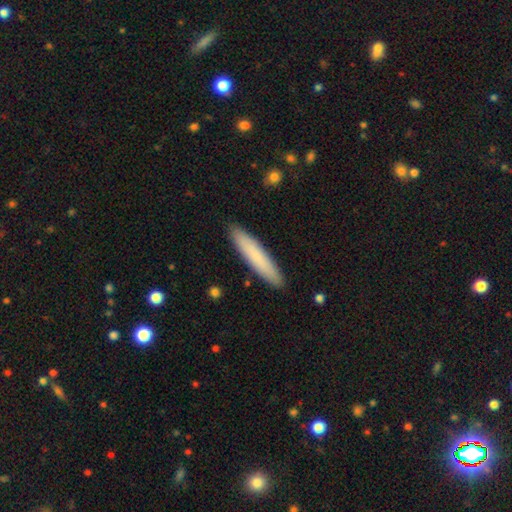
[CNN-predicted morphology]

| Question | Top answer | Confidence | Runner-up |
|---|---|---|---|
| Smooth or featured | smooth | 79% | featured or disk (16%) |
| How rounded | cigar-shaped | 90% | in between (9%) |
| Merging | none | 91% | minor disturbance (6%) |